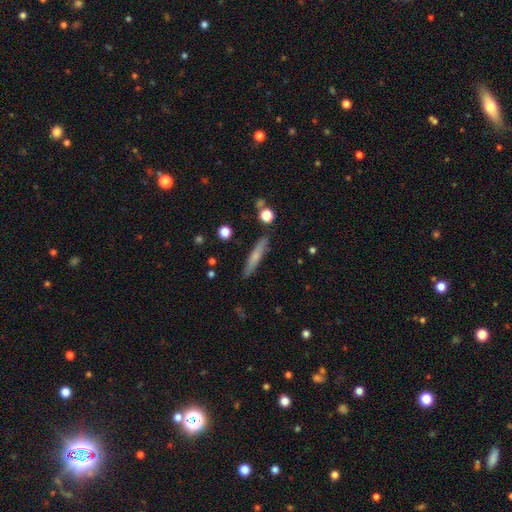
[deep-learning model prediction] Smooth or featured?
  - smooth: 55% *
  - featured or disk: 38%
  - star or artifact: 7%
How rounded?
  - cigar-shaped: 91% *
  - in between: 6%
  - round: 2%
Merging?
  - none: 87% *
  - minor disturbance: 9%
  - merger: 2%
  - major disturbance: 2%